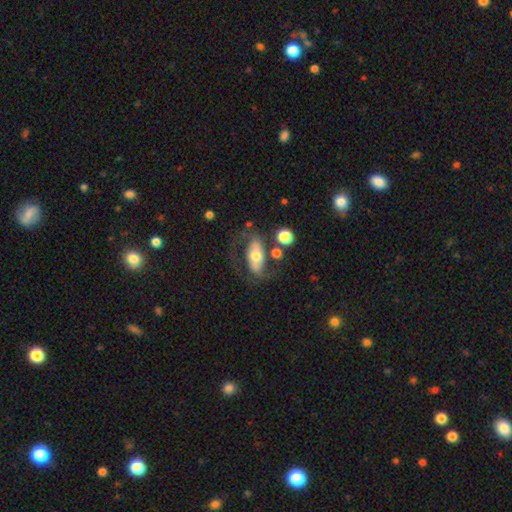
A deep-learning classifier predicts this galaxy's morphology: Smooth or featured: featured or disk — 60% (smooth — 33%)
Edge-on disk: no — 89% (yes — 11%)
Bar: no — 42% (strong — 32%)
Spiral arms: yes — 71% (no — 29%)
Bulge size: moderate — 64% (small — 18%)
Merging: none — 51% (major disturbance — 21%)